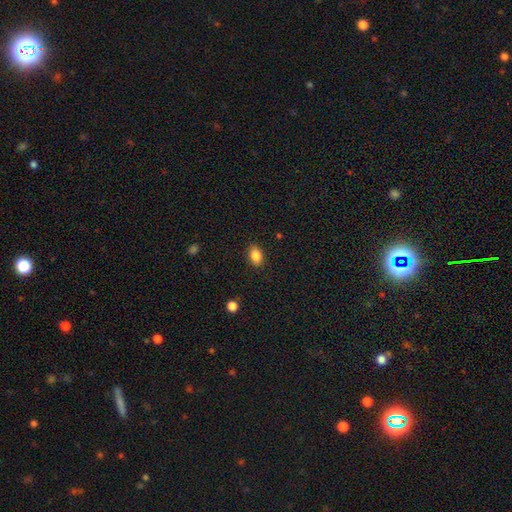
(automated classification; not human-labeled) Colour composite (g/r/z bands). It shows a smooth galaxy with no disk features (85%) that is in between round and cigar-shaped (83%). Merging: none (87%).